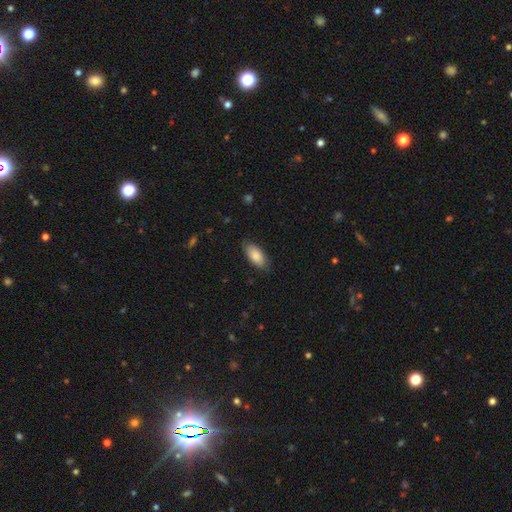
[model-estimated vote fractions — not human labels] smooth-or-featured: smooth: 86% | featured or disk: 8% | star or artifact: 6%
  how-rounded: in between: 91% | cigar-shaped: 7% | round: 2%
  merging: none: 81% | minor disturbance: 15% | major disturbance: 3% | merger: 1%